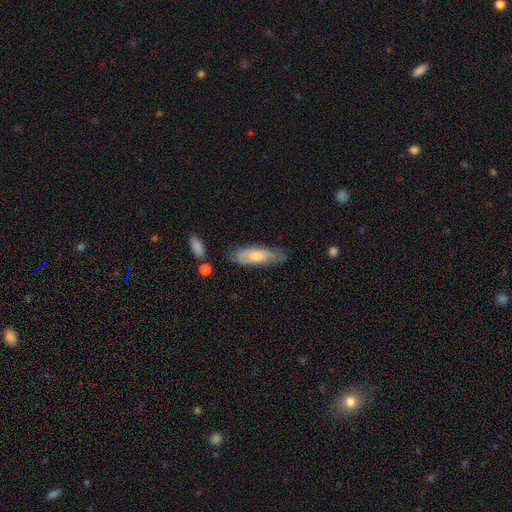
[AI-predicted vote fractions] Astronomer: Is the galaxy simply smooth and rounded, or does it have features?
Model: smooth — 64%.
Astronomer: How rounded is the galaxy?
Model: in between — 57% (runner-up: cigar-shaped, 41%).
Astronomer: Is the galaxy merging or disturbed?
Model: none — 62%.